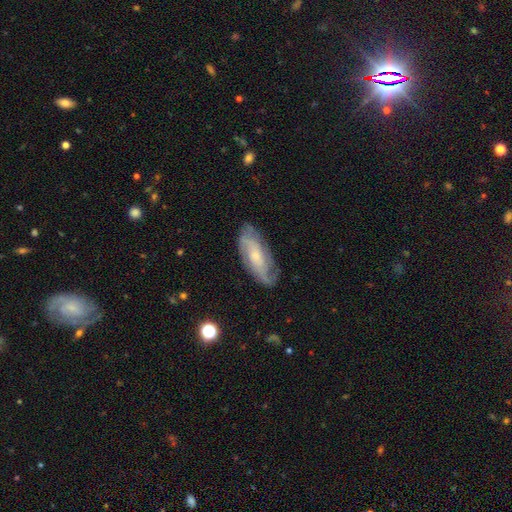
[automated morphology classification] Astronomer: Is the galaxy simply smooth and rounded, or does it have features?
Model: featured or disk — 70%.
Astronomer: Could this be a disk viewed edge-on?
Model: no — 89%.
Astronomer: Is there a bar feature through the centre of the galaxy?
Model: no — 60%.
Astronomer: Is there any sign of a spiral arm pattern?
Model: yes — 89%.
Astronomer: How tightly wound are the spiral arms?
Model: tight — 43% (runner-up: medium, 39%).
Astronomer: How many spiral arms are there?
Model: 2 — 45% (runner-up: can't tell, 32%).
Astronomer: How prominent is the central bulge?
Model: small — 60%.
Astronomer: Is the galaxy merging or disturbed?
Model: none — 74%.